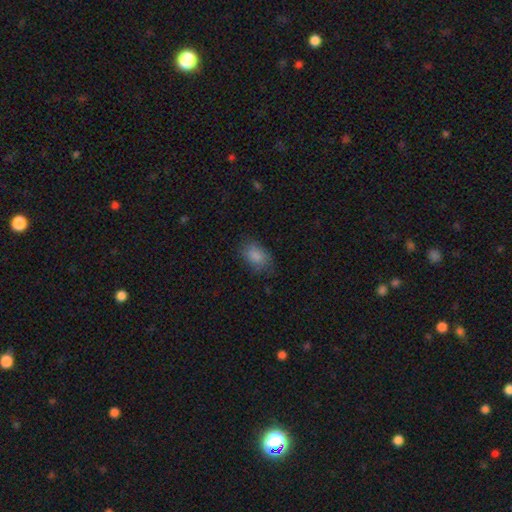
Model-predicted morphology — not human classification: The model was most divided on "merging": none: 71%, minor disturbance: 21%, major disturbance: 7%, merger: 1%. More confident: how rounded — in between (86%); smooth or featured — smooth (84%).